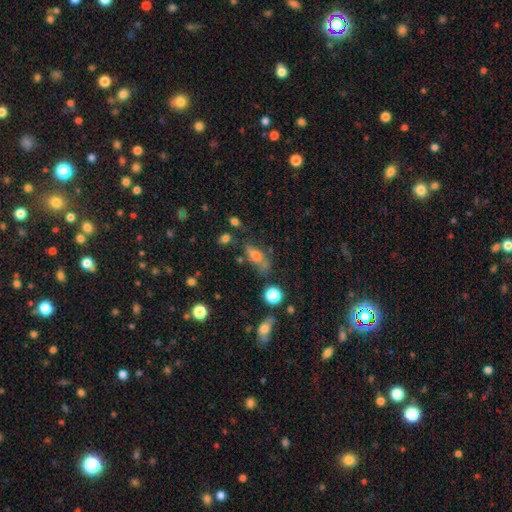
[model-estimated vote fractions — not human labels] Smooth or featured?
  - smooth: 61% *
  - star or artifact: 20%
  - featured or disk: 19%
How rounded?
  - in between: 70% *
  - cigar-shaped: 21%
  - round: 9%
Merging?
  - none: 49% *
  - minor disturbance: 24%
  - major disturbance: 15%
  - merger: 12%